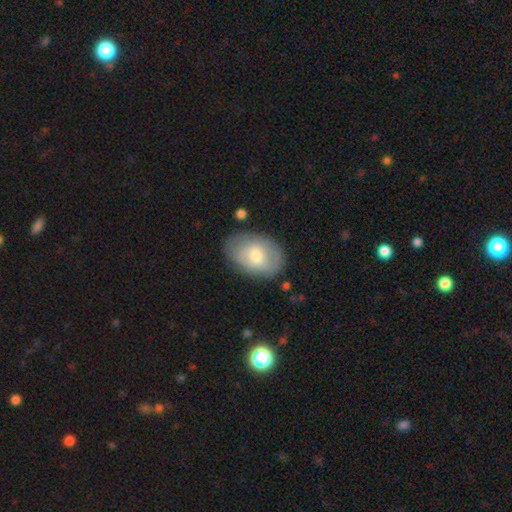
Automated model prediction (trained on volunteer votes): A smooth galaxy with no disk features (66%) that is in between round and cigar-shaped (83%).

Vote fractions:
- Smooth or featured? smooth: 66% / featured or disk: 28% / star or artifact: 7%
- How rounded? in between: 83% / round: 16% / cigar-shaped: 1%
- Merging? none: 78% / minor disturbance: 16% / major disturbance: 4% / merger: 2%